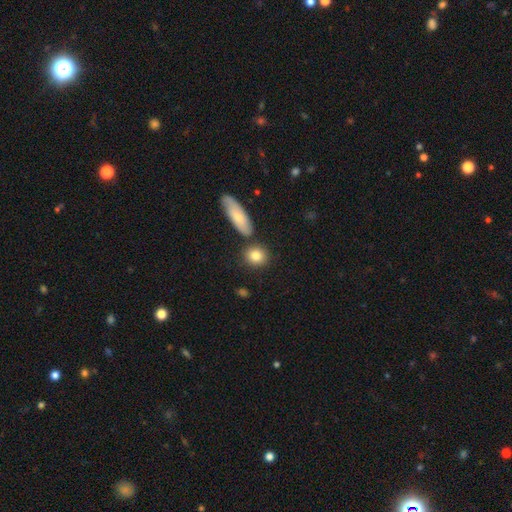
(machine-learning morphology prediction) type=smooth (82%); roundness=round (74%); merging=none (77%).